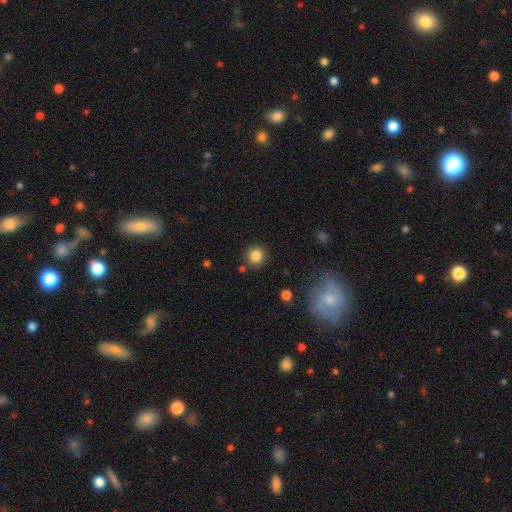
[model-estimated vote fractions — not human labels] Smooth or featured: smooth — 84% (star or artifact — 11%)
How rounded: round — 89% (in between — 10%)
Merging: none — 84% (minor disturbance — 9%)